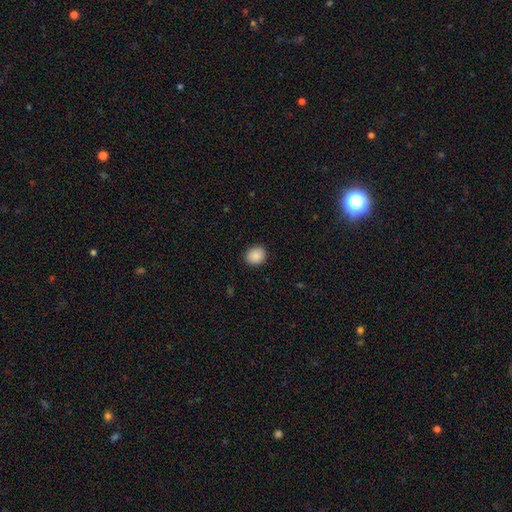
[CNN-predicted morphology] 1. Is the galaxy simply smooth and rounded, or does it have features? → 88% smooth, 8% star or artifact, 4% featured or disk.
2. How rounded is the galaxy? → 69% round, 30% in between, 1% cigar-shaped.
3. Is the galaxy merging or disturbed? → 90% none, 7% minor disturbance, 2% major disturbance, 1% merger.